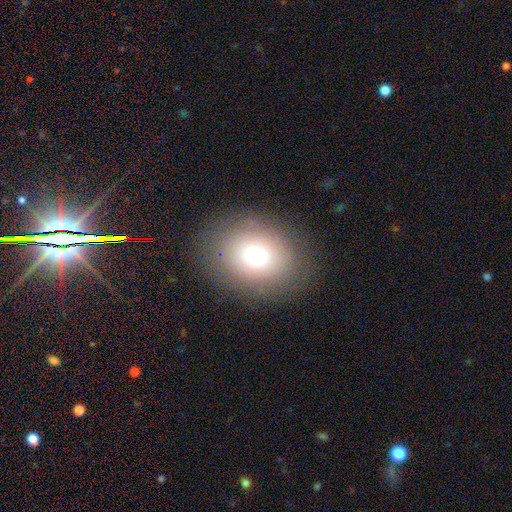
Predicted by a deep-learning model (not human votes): smooth-or-featured: smooth: 72% | featured or disk: 15% | star or artifact: 14%
  how-rounded: in between: 53% | round: 46% | cigar-shaped: 1%
  merging: none: 83% | minor disturbance: 10% | major disturbance: 5% | merger: 1%